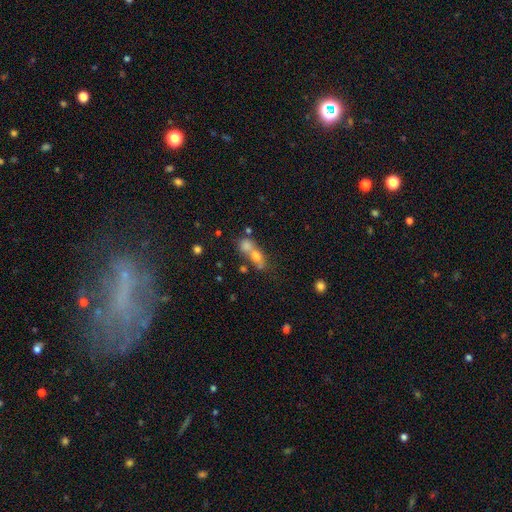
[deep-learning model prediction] smooth_or_featured: smooth (p=0.64) [alt: featured or disk p=0.22]
how_rounded: round (p=0.46) [alt: in between p=0.45]
merging: merger (p=0.64) [alt: none p=0.24]